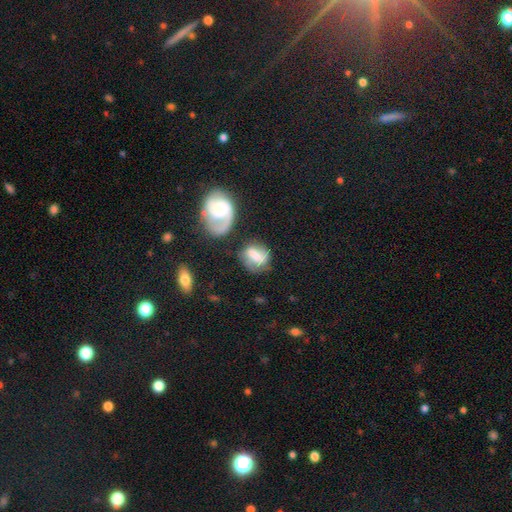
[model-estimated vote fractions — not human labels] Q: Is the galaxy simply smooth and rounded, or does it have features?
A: smooth — 47%.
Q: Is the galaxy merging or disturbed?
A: none — 49%.